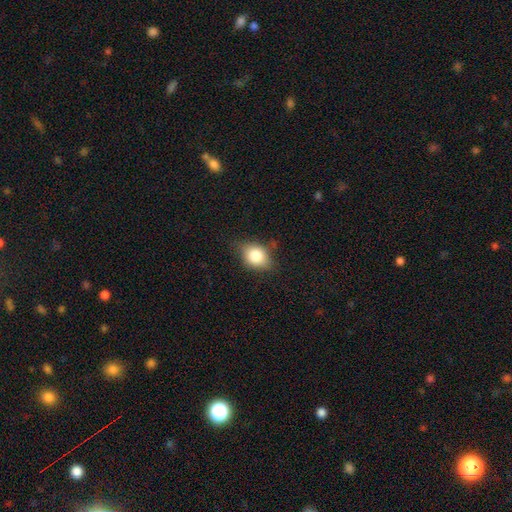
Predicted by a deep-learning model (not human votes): Smooth or featured: smooth — 79% (featured or disk — 11%)
How rounded: in between — 59% (round — 40%)
Merging: none — 71% (minor disturbance — 22%)